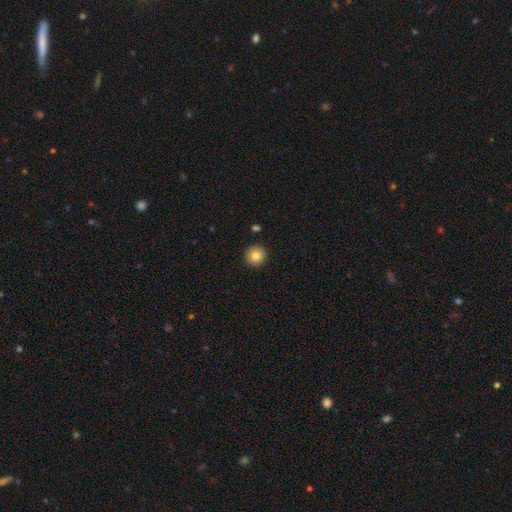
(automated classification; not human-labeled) Smooth or featured: smooth — 84% (star or artifact — 9%)
How rounded: round — 94% (in between — 5%)
Merging: none — 92% (minor disturbance — 5%)